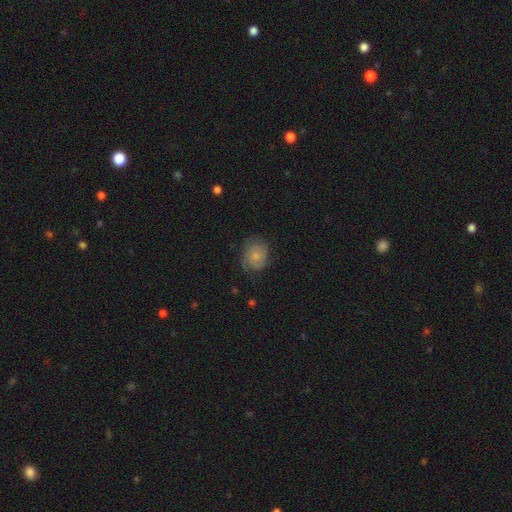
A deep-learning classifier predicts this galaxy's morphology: smooth_or_featured: smooth (p=0.47) [alt: featured or disk p=0.44]
merging: none (p=0.69) [alt: minor disturbance p=0.22]